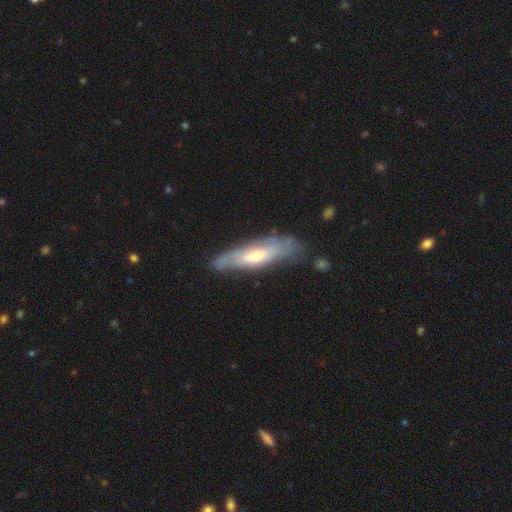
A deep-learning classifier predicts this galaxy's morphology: This appears to be a featured or disk galaxy (59%). Merging: none (67%).